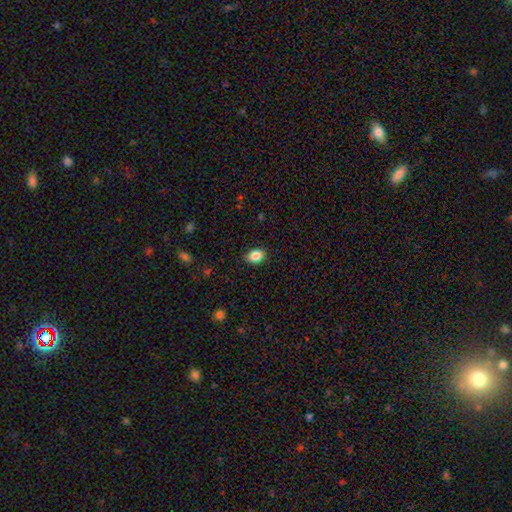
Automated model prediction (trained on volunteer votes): Smooth or featured?
  - smooth: 86% *
  - star or artifact: 9%
  - featured or disk: 5%
How rounded?
  - in between: 65% *
  - round: 34%
  - cigar-shaped: 1%
Merging?
  - none: 86% *
  - minor disturbance: 11%
  - major disturbance: 2%
  - merger: 1%